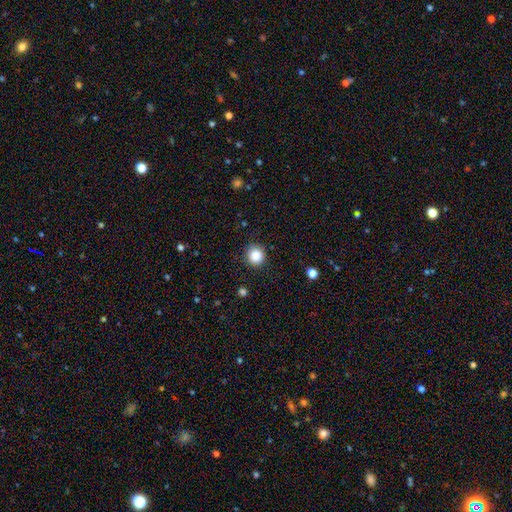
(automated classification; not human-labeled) Smooth or featured? smooth (86%)
How rounded? round (91%)
Merging? none (89%)